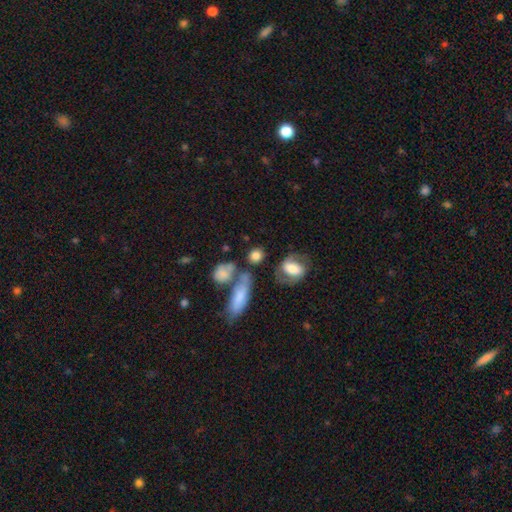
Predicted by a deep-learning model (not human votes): This is likely a smooth galaxy (72%). How rounded: possibly round (57%). Merging: possibly none (56%).